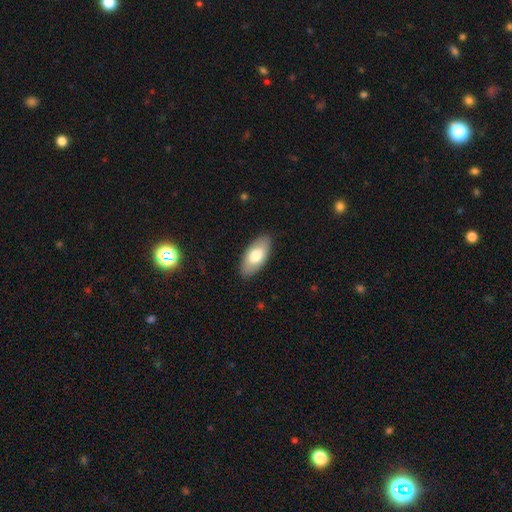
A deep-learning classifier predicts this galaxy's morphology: Q: Smooth or featured?
A: smooth (73%); runner-up: featured or disk (21%)
Q: How rounded?
A: in between (92%); runner-up: cigar-shaped (6%)
Q: Merging?
A: none (87%); runner-up: minor disturbance (10%)